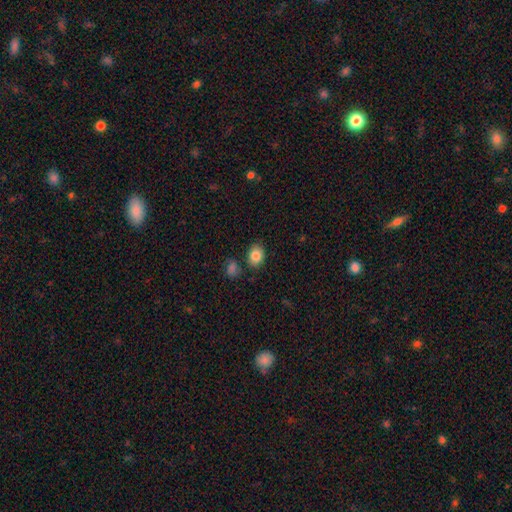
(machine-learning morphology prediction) Smooth or featured? smooth (85%)
How rounded? in between (65%)
Merging? none (77%)